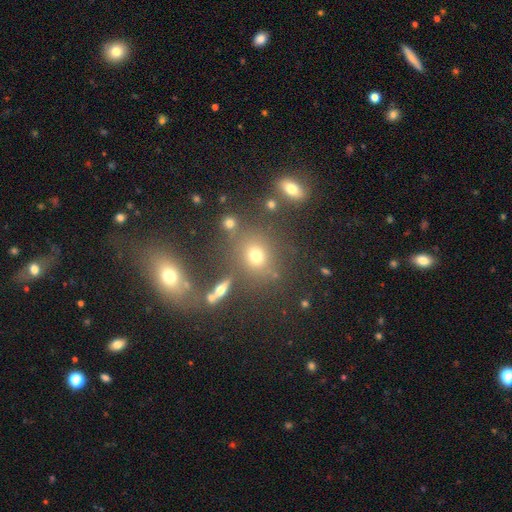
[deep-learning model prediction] smooth_or_featured: smooth (p=0.65) [alt: star or artifact p=0.22]
how_rounded: round (p=0.71) [alt: in between p=0.26]
merging: none (p=0.72) [alt: merger p=0.11]